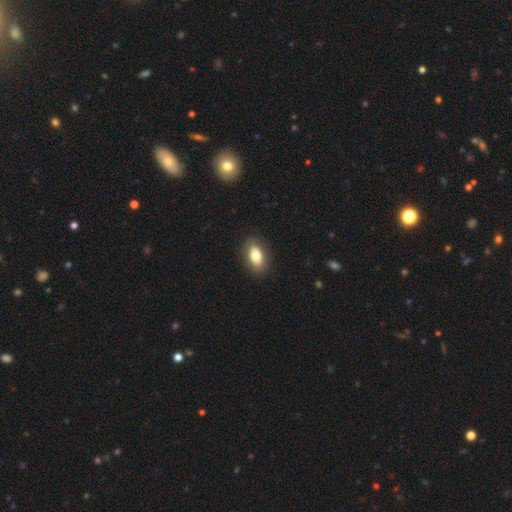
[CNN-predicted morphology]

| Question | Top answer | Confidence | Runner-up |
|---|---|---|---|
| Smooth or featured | smooth | 78% | featured or disk (15%) |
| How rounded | in between | 89% | round (8%) |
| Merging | none | 88% | minor disturbance (9%) |